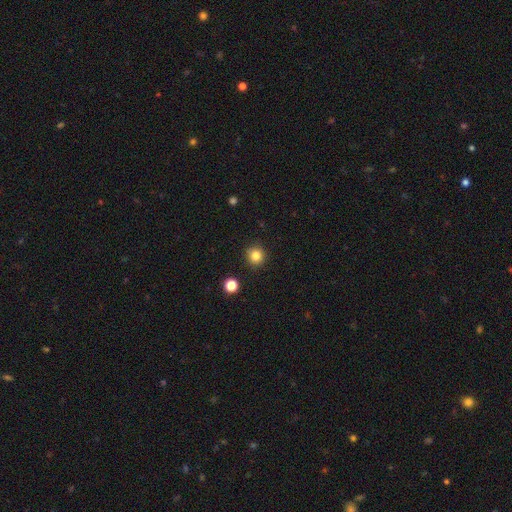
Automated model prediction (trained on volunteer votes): A smooth galaxy with no disk features (83%) that is round (94%).

Vote fractions:
- Smooth or featured? smooth: 83% / star or artifact: 12% / featured or disk: 5%
- How rounded? round: 94% / in between: 5% / cigar-shaped: 1%
- Merging? none: 91% / minor disturbance: 5% / major disturbance: 2% / merger: 1%